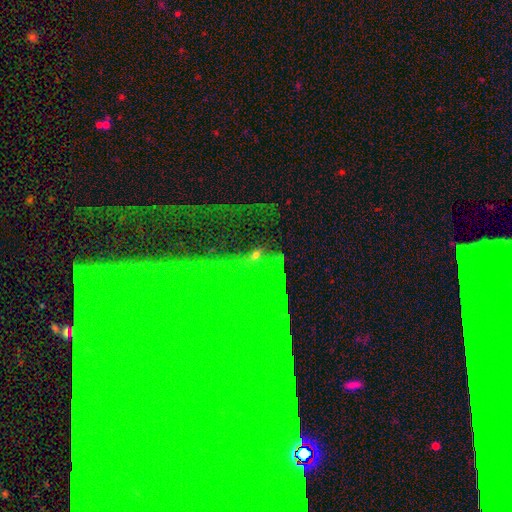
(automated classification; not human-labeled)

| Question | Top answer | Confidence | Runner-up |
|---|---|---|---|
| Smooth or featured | star or artifact | 65% | smooth (20%) |